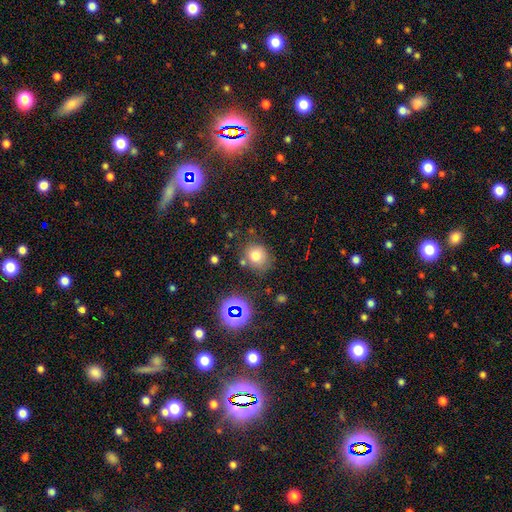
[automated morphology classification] Smooth or featured? smooth (74%)
How rounded? round (72%)
Merging? none (71%)